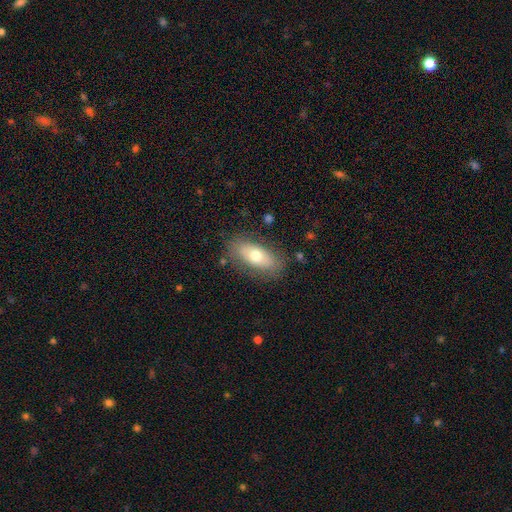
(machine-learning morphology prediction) The model was most divided on "smooth or featured": smooth: 66%, featured or disk: 27%, star or artifact: 7%. More confident: how rounded — in between (85%); merging — none (81%).